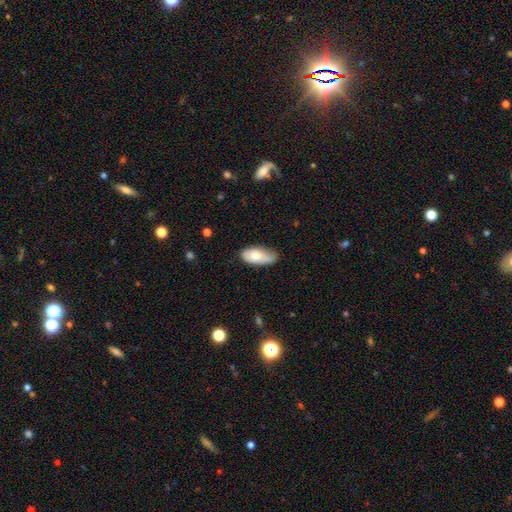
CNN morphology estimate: Smooth or featured? Predicted: smooth (p=0.76). How rounded? Predicted: in between (p=0.90). Merging? Predicted: none (p=0.59).